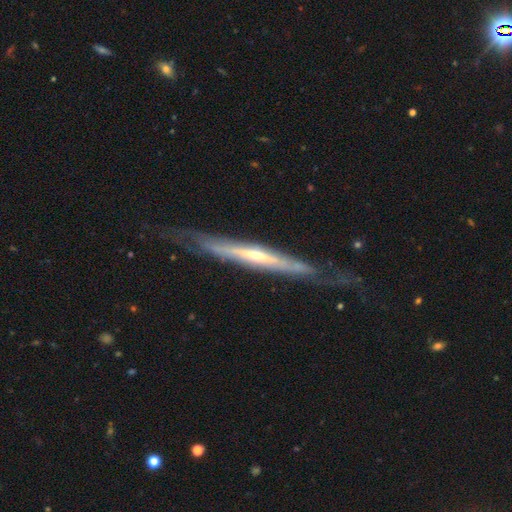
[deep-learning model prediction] A featured or disk galaxy (78%) viewed edge-on (81%) with a rounded central bulge (50%). Merging: none (67%).